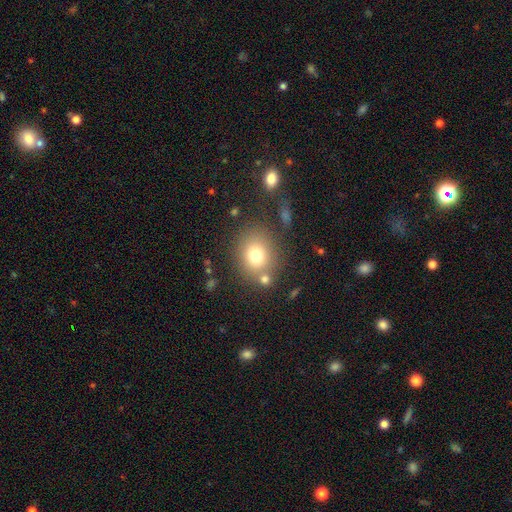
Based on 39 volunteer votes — Smooth or featured: smooth — 79% (featured or disk — 10%)
How rounded: round — 55% (in between — 42%)
Merging: none — 74% (minor disturbance — 14%)